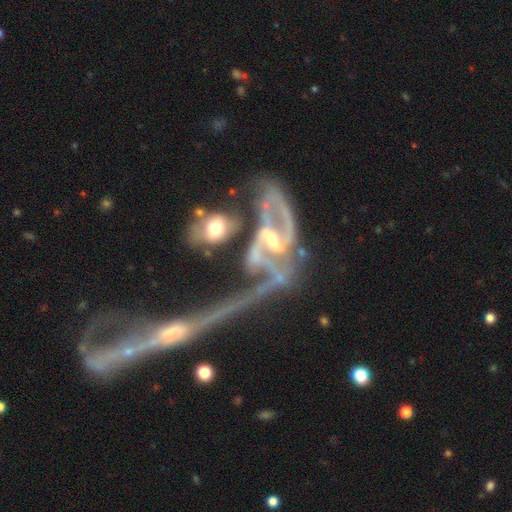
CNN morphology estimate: Q: Smooth or featured?
A: featured or disk (86%); runner-up: star or artifact (7%)
Q: Edge-on disk?
A: no (95%); runner-up: yes (5%)
Q: Bar?
A: weak (39%); runner-up: strong (36%)
Q: Spiral arms?
A: yes (91%); runner-up: no (9%)
Q: Spiral winding?
A: loose (63%); runner-up: medium (27%)
Q: Spiral arm count?
A: 2 (64%); runner-up: 3 (11%)
Q: Bulge size?
A: small (48%); runner-up: moderate (43%)
Q: Merging?
A: merger (39%); runner-up: major disturbance (32%)